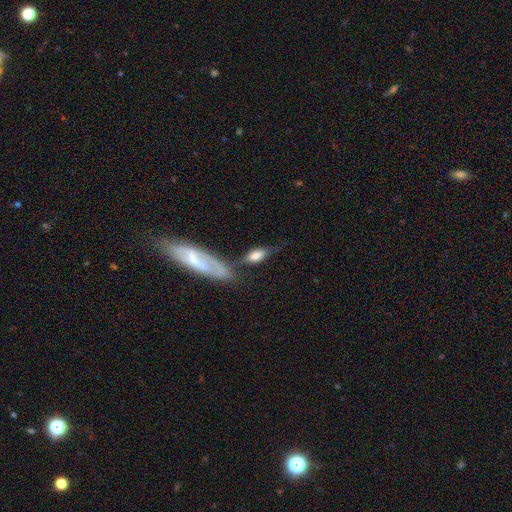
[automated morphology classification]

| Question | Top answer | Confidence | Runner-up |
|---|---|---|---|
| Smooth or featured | smooth | 60% | featured or disk (33%) |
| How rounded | in between | 71% | cigar-shaped (24%) |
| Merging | none | 42% | merger (25%) |